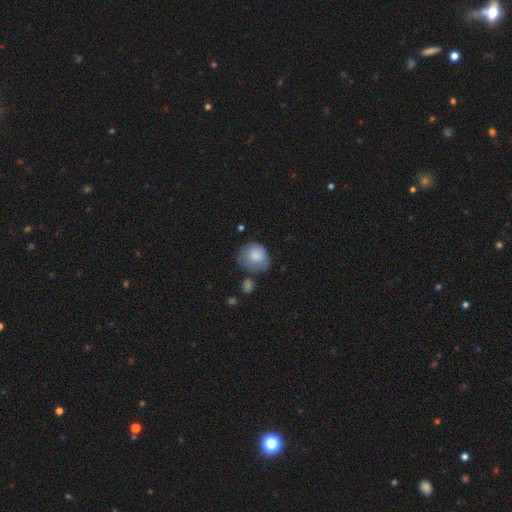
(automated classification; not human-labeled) Q: Smooth or featured?
A: smooth (79%); runner-up: featured or disk (14%)
Q: How rounded?
A: round (68%); runner-up: in between (31%)
Q: Merging?
A: none (49%); runner-up: minor disturbance (32%)